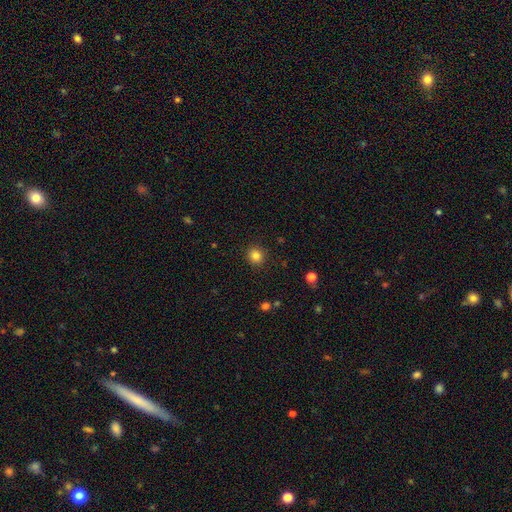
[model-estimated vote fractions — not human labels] This is clearly a smooth galaxy (83%). How rounded: clearly round (89%). Merging: clearly none (91%).